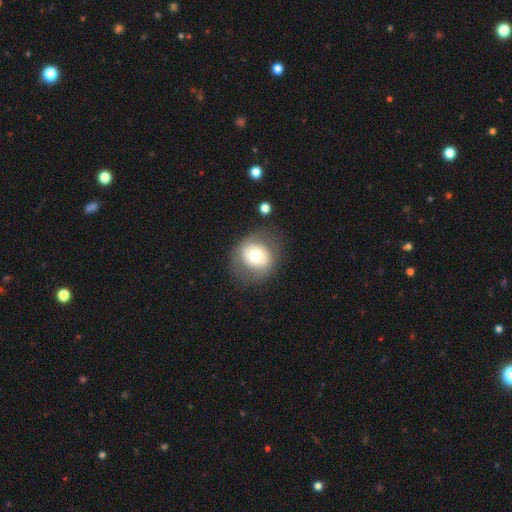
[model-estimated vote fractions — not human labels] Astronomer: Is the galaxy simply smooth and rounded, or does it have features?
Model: smooth — 59%.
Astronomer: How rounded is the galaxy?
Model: round — 82%.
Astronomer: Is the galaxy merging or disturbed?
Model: none — 75%.